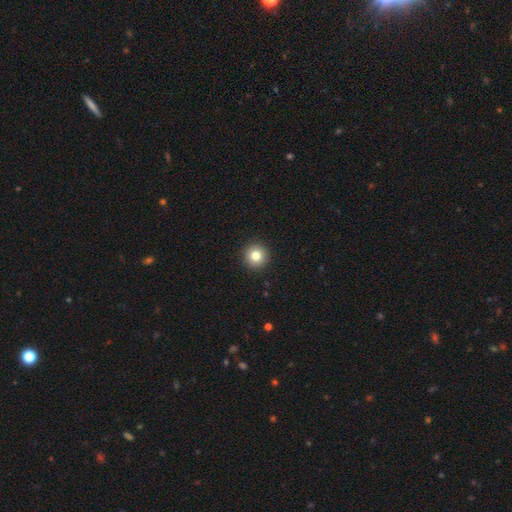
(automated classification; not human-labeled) Smooth or featured? smooth (81%)
How rounded? round (96%)
Merging? none (93%)